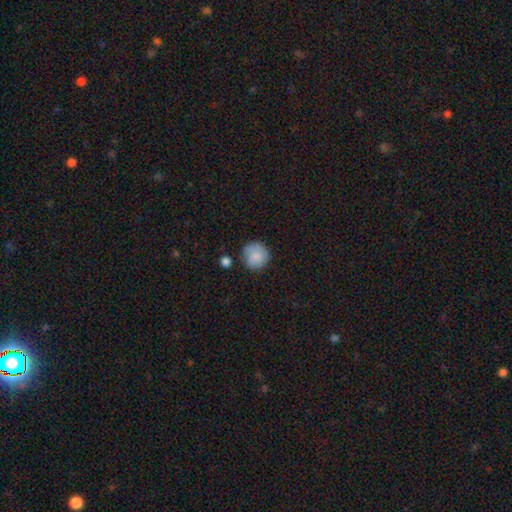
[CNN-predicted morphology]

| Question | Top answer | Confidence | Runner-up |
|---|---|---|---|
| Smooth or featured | smooth | 81% | featured or disk (12%) |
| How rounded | round | 91% | in between (8%) |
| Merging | none | 68% | minor disturbance (21%) |